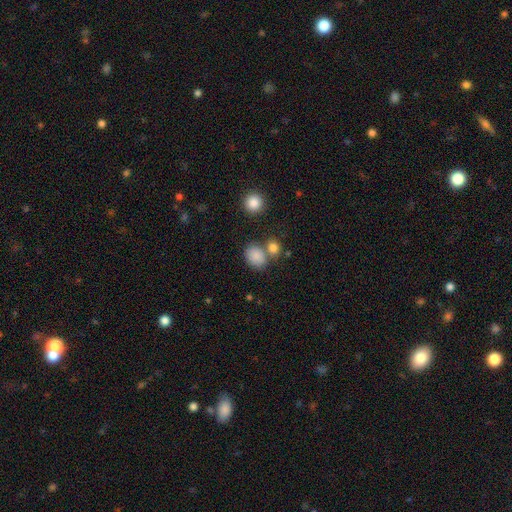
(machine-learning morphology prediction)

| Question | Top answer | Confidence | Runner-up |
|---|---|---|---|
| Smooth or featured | smooth | 84% | star or artifact (10%) |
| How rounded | round | 51% | in between (48%) |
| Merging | none | 58% | merger (24%) |